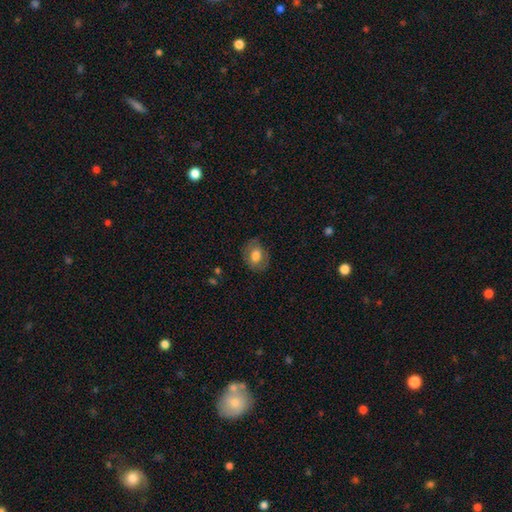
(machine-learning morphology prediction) smooth 71%, featured or disk 22%, star or artifact 8%. Down the decision tree: how rounded — in between (63%); merging — none (77%).